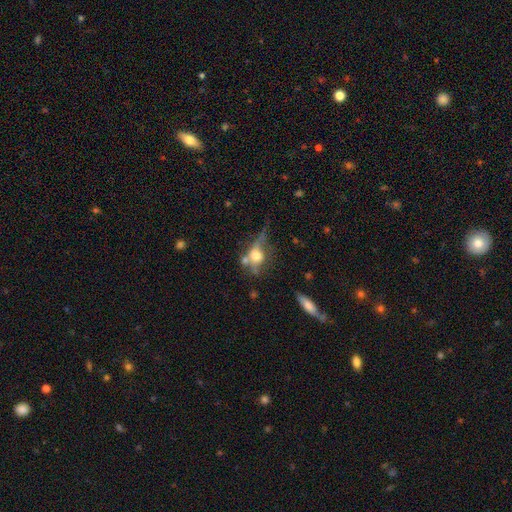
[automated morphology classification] type=smooth (50%); merging=none (32%).